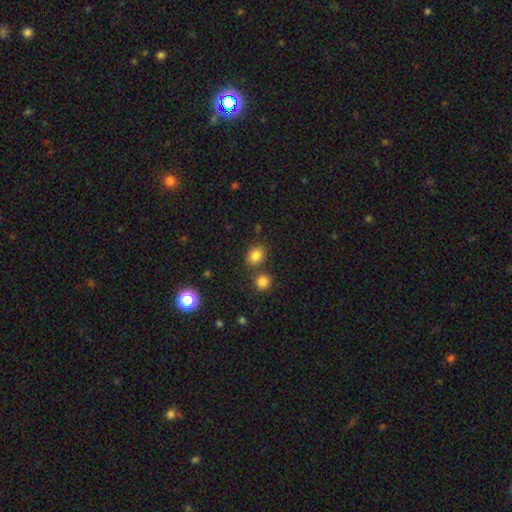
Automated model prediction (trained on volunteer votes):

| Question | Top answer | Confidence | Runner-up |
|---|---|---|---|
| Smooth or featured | smooth | 83% | star or artifact (12%) |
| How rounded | round | 52% | in between (47%) |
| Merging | none | 72% | merger (14%) |